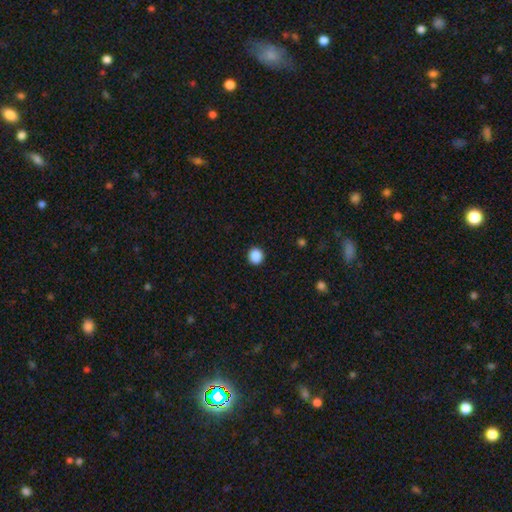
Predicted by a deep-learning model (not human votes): Smooth or featured: smooth — 88% (star or artifact — 9%)
How rounded: round — 87% (in between — 12%)
Merging: none — 92% (minor disturbance — 5%)